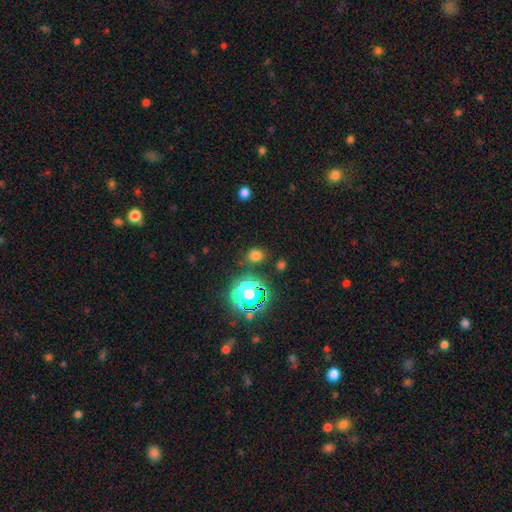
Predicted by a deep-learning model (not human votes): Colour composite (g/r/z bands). It shows a smooth galaxy with no disk features (69%) that is round (70%). Merging: none (82%).